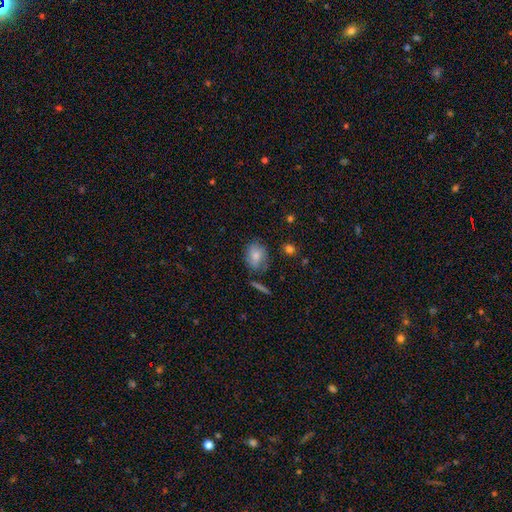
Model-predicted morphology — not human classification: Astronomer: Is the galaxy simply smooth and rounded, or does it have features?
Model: smooth — 79%.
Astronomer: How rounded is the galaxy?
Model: in between — 50% (runner-up: round, 48%).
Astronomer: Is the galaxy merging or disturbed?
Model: none — 69%.